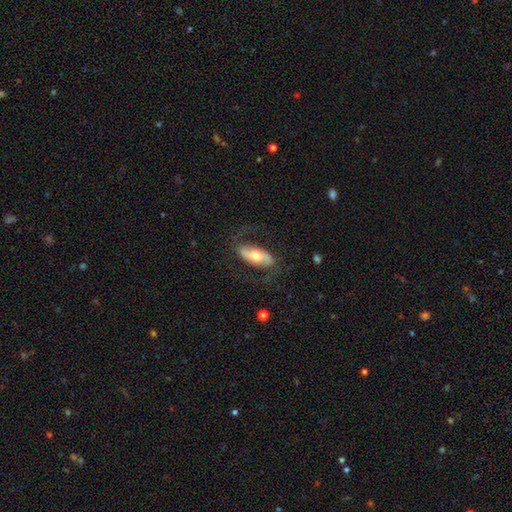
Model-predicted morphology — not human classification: Q: Smooth or featured?
A: featured or disk (64%); runner-up: smooth (30%)
Q: Edge-on disk?
A: no (87%); runner-up: yes (13%)
Q: Bar?
A: strong (39%); runner-up: no (35%)
Q: Spiral arms?
A: yes (83%); runner-up: no (17%)
Q: Bulge size?
A: moderate (63%); runner-up: small (26%)
Q: Merging?
A: none (70%); runner-up: minor disturbance (15%)